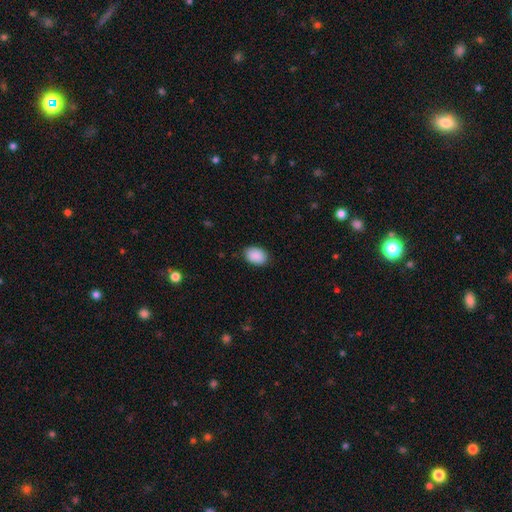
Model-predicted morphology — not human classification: This is clearly a smooth galaxy (91%). How rounded: clearly in between (81%). Merging: clearly none (87%).